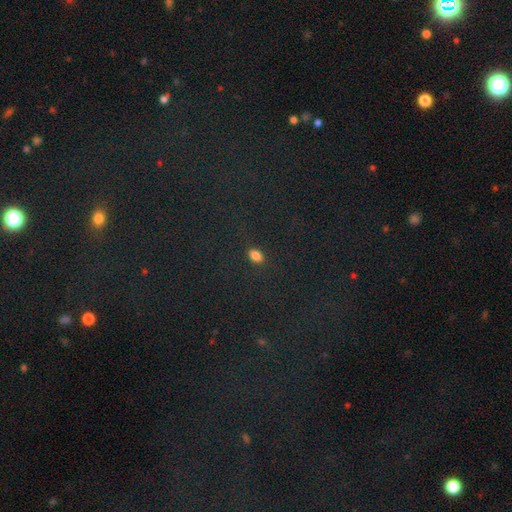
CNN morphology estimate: Overall: smooth (82%). How rounded: in between (87%). Merging: none (87%).